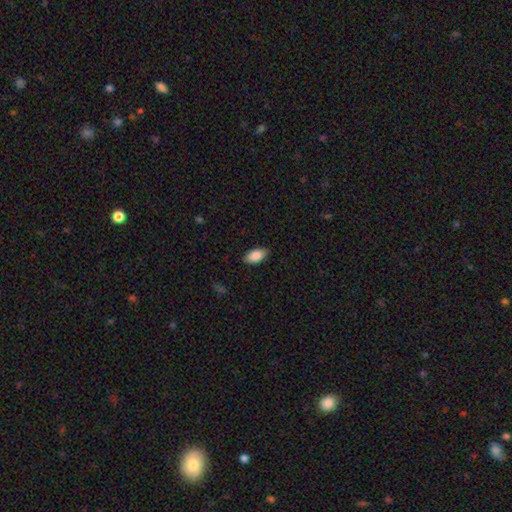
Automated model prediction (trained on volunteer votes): Q: Smooth or featured?
A: smooth (90%); runner-up: star or artifact (6%)
Q: How rounded?
A: in between (94%); runner-up: round (3%)
Q: Merging?
A: none (87%); runner-up: minor disturbance (10%)